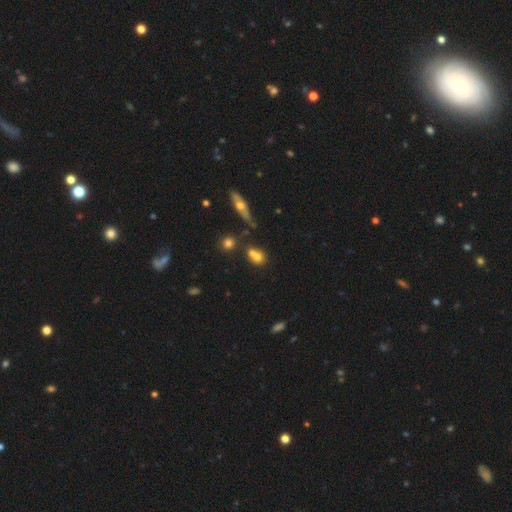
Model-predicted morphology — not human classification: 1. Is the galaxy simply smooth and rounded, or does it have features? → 67% smooth, 19% featured or disk, 13% star or artifact.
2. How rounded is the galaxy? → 62% round, 34% in between, 3% cigar-shaped.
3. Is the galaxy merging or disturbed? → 48% merger, 37% none, 10% minor disturbance, 4% major disturbance.